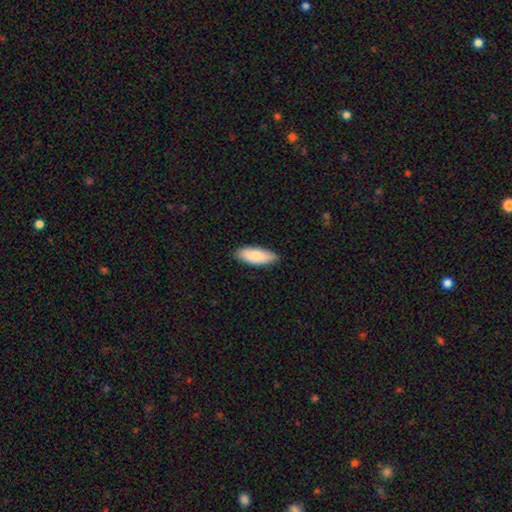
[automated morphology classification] Smooth or featured: smooth — 85% (featured or disk — 10%)
How rounded: in between — 78% (cigar-shaped — 21%)
Merging: none — 85% (minor disturbance — 12%)